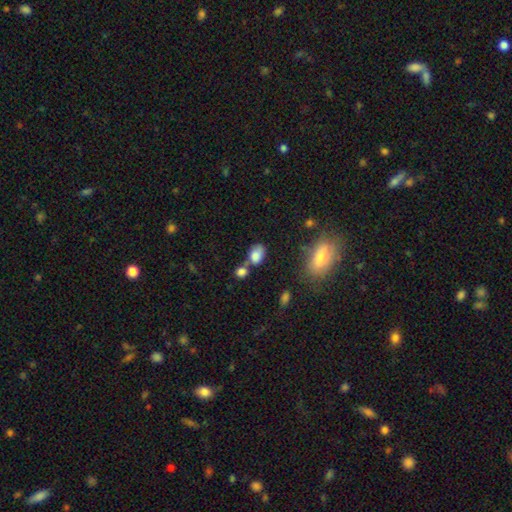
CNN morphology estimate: A smooth galaxy with no disk features (79%) that is in between round and cigar-shaped (79%).

Vote fractions:
- Smooth or featured? smooth: 79% / featured or disk: 11% / star or artifact: 10%
- How rounded? in between: 79% / round: 19% / cigar-shaped: 2%
- Merging? none: 44% / merger: 29% / minor disturbance: 19% / major disturbance: 8%